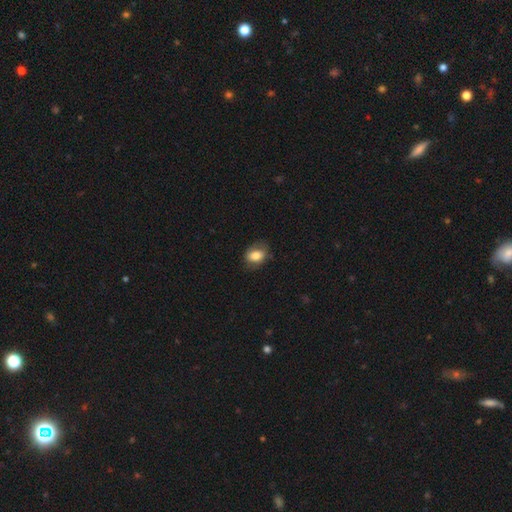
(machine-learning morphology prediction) This appears to be a smooth galaxy with no disk features (75%) that is in between round and cigar-shaped (70%). Merging: none (71%).